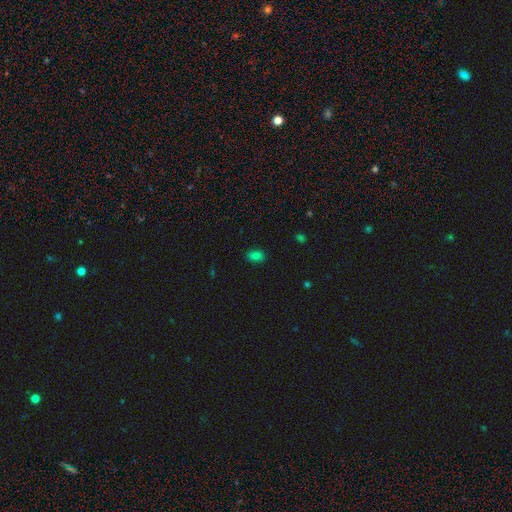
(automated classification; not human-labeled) smooth 77%, star or artifact 16%, featured or disk 6%. Down the decision tree: how rounded — in between (82%); merging — none (86%).